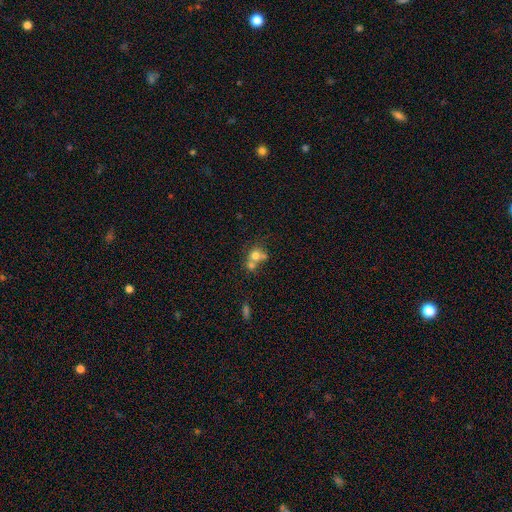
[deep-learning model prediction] A smooth galaxy with no disk features (69%) that is round (77%).

Vote fractions:
- Smooth or featured? smooth: 69% / featured or disk: 19% / star or artifact: 12%
- How rounded? round: 77% / in between: 22% / cigar-shaped: 1%
- Merging? merger: 55% / none: 33% / minor disturbance: 7% / major disturbance: 4%